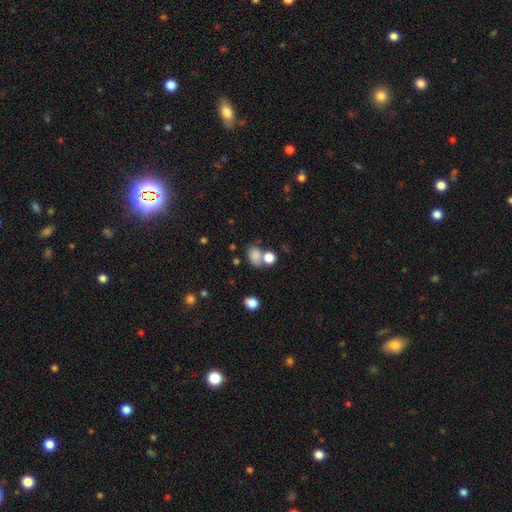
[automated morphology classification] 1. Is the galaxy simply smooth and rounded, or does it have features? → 79% smooth, 13% star or artifact, 8% featured or disk.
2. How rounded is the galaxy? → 64% in between, 35% round, 1% cigar-shaped.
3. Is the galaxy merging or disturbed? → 44% none, 34% merger, 14% minor disturbance, 8% major disturbance.